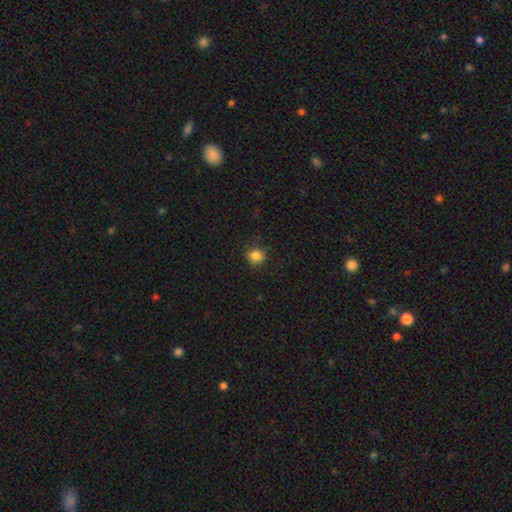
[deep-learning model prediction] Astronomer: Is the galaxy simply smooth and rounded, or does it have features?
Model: smooth — 84%.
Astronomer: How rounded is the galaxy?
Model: round — 84%.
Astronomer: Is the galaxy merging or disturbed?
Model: none — 86%.